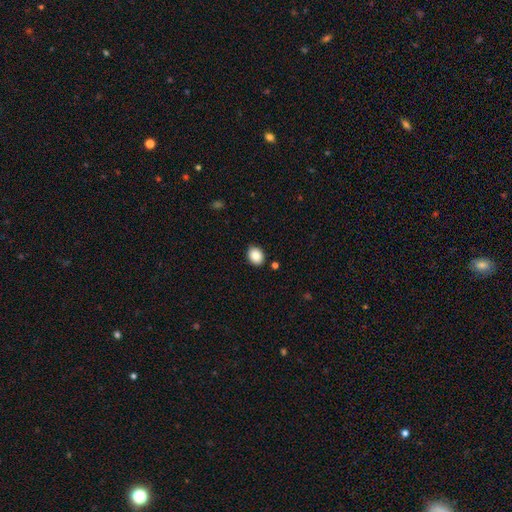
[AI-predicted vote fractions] smooth_or_featured: smooth (p=0.87) [alt: star or artifact p=0.08]
how_rounded: in between (p=0.57) [alt: round p=0.43]
merging: none (p=0.88) [alt: minor disturbance p=0.08]